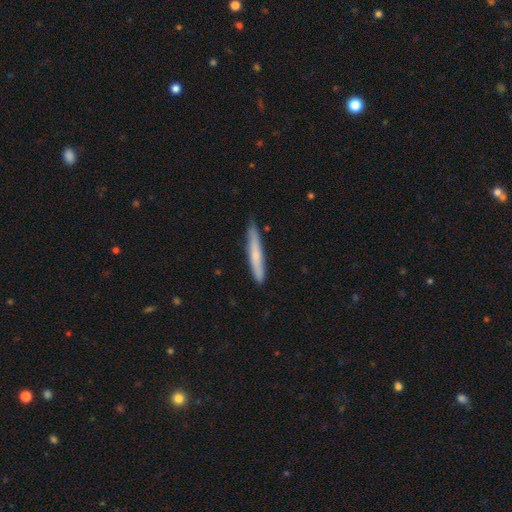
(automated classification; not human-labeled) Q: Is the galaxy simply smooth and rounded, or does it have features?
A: smooth — 65%.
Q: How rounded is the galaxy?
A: cigar-shaped — 95%.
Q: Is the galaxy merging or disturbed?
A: none — 85%.